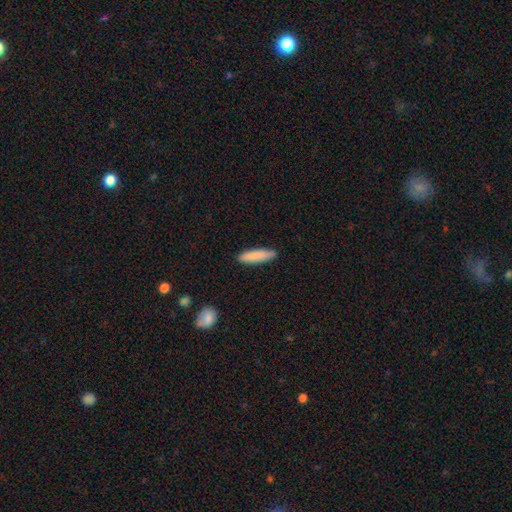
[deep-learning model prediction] Smooth or featured?
  - smooth: 86% *
  - featured or disk: 8%
  - star or artifact: 6%
How rounded?
  - cigar-shaped: 77% *
  - in between: 21%
  - round: 1%
Merging?
  - none: 87% *
  - minor disturbance: 10%
  - major disturbance: 2%
  - merger: 1%